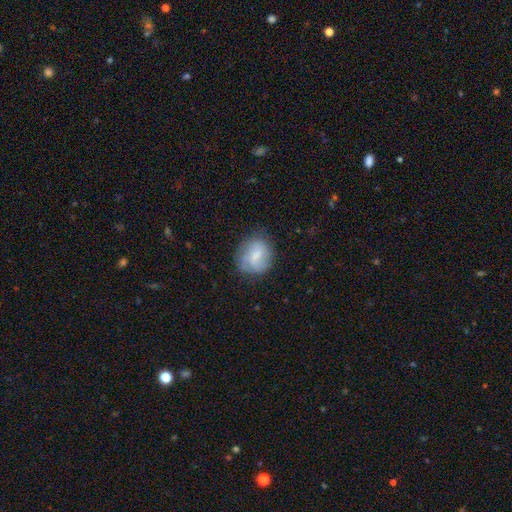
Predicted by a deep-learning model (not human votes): Smooth or featured?
  - smooth: 64% *
  - featured or disk: 28%
  - star or artifact: 8%
How rounded?
  - round: 66% *
  - in between: 32%
  - cigar-shaped: 1%
Merging?
  - none: 68% *
  - minor disturbance: 22%
  - major disturbance: 9%
  - merger: 2%